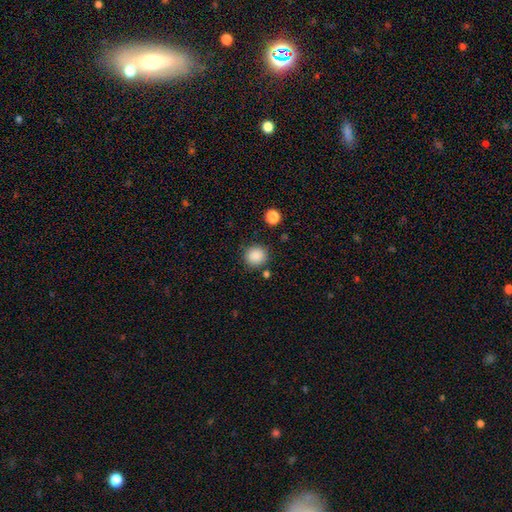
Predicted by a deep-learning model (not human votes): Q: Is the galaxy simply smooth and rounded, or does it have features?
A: smooth — 87%.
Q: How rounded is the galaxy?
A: round — 91%.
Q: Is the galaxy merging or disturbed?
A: none — 85%.